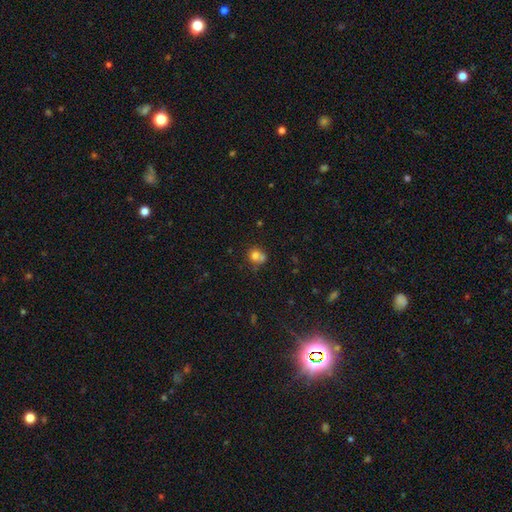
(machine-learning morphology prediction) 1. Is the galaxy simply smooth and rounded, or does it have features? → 74% smooth, 14% featured or disk, 13% star or artifact.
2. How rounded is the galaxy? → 76% round, 23% in between, 1% cigar-shaped.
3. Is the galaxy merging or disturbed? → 43% none, 35% merger, 16% minor disturbance, 6% major disturbance.